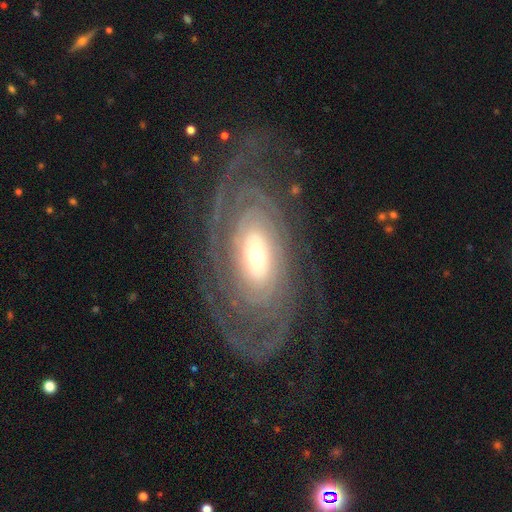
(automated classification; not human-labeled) A featured or disk galaxy (87%) with no bar (65%), tight (75%) spiral arms (93%) and a moderate central bulge (54%).

Vote fractions:
- Smooth or featured? featured or disk: 87% / smooth: 8% / star or artifact: 5%
- Edge-on disk? no: 94% / yes: 6%
- Bar? no: 65% / weak: 22% / strong: 13%
- Spiral arms? yes: 93% / no: 7%
- Spiral winding? tight: 75% / medium: 19% / loose: 6%
- Spiral arm count? can't tell: 35% / 2: 22% / 3: 15% / 4: 11% / more than 4: 10% / 1: 7%
- Bulge size? moderate: 54% / small: 33% / large: 11% / dominant: 2% / none: 1%
- Merging? none: 73% / minor disturbance: 14% / major disturbance: 11% / merger: 1%